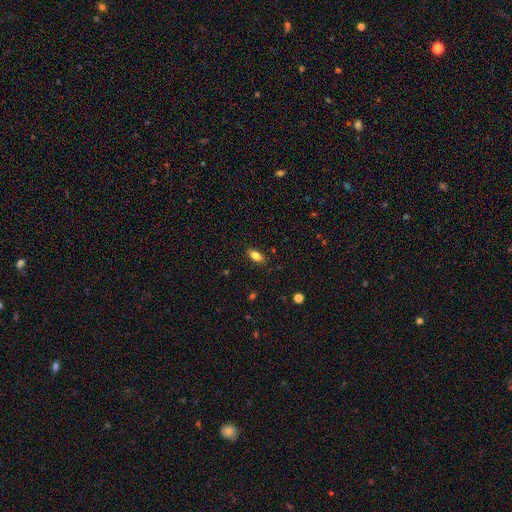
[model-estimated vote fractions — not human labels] This is clearly a smooth galaxy (81%). How rounded: clearly in between (87%). Merging: clearly none (87%).